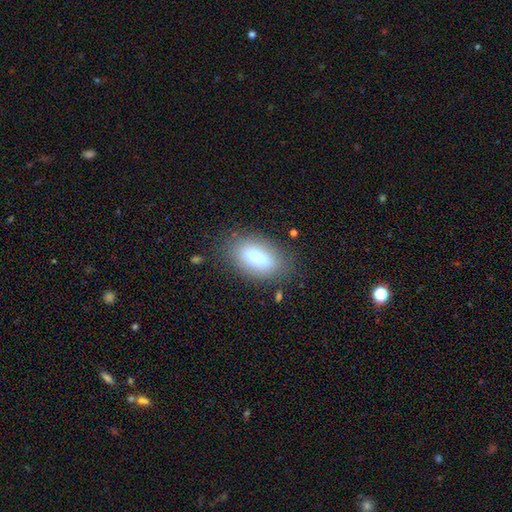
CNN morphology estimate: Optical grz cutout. It shows a smooth galaxy with no disk features (70%) that is in between round and cigar-shaped (86%). Merging: none (78%).